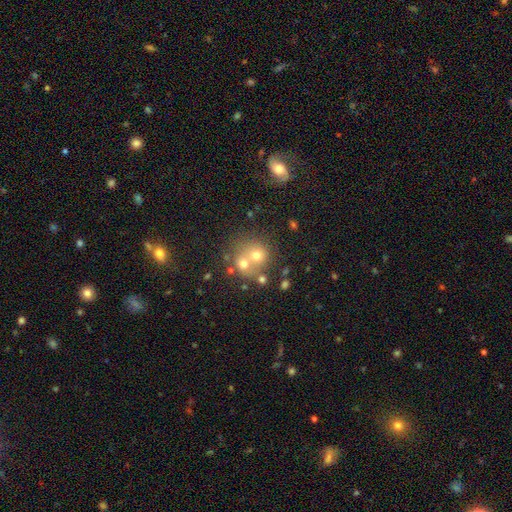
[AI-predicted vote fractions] A smooth galaxy with no disk features (61%) that is round (81%). Merging: merger (47%).